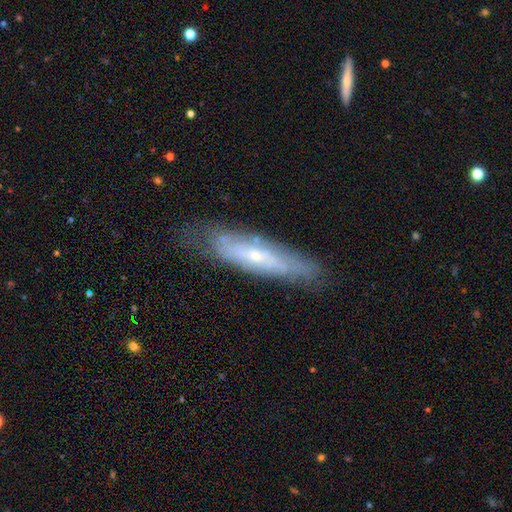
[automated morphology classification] type=featured or disk (61%); edge-on=no (50%, tied with yes); merging=none (71%).